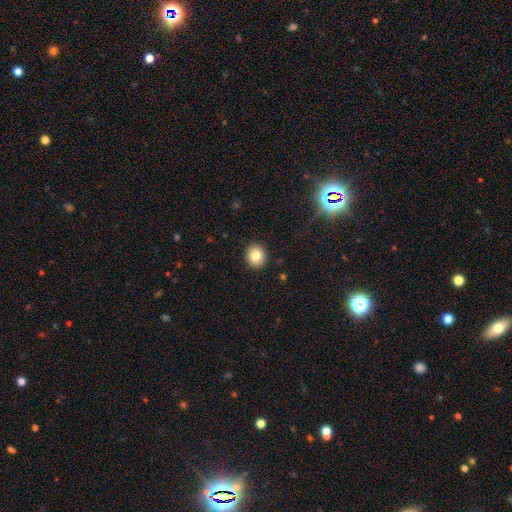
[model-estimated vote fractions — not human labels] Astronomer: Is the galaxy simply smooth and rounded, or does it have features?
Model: smooth — 80%.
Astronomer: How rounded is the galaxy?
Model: round — 78%.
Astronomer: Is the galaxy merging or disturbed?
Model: none — 91%.